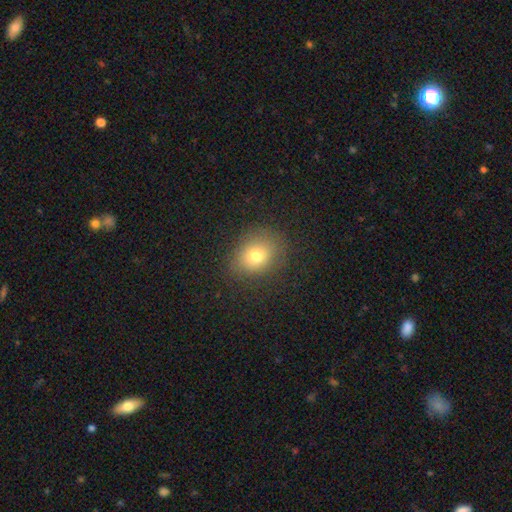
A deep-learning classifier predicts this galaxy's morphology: Smooth or featured? Predicted: smooth (p=0.75). How rounded? Predicted: round (p=0.52). Merging? Predicted: none (p=0.83).